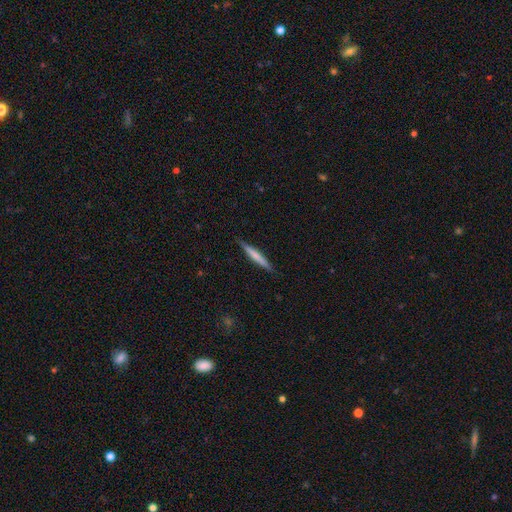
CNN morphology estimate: A smooth galaxy with no disk features (58%) that is cigar-shaped (95%).

Vote fractions:
- Smooth or featured? smooth: 58% / featured or disk: 36% / star or artifact: 5%
- How rounded? cigar-shaped: 95% / in between: 3% / round: 1%
- Merging? none: 88% / minor disturbance: 9% / major disturbance: 2% / merger: 1%